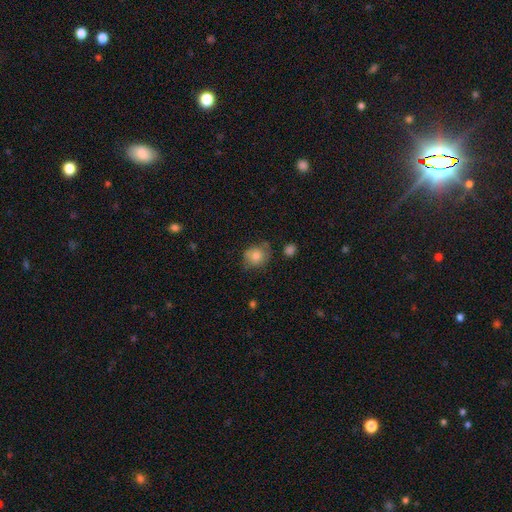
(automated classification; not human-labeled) A smooth galaxy with no disk features (76%) that is round (74%). Merging: none (64%).